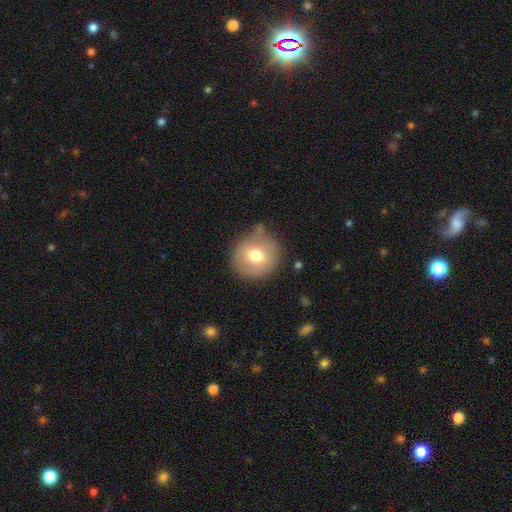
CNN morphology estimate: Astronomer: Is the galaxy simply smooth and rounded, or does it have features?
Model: smooth — 68%.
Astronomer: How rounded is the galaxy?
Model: round — 88%.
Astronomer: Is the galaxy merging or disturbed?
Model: none — 70%.